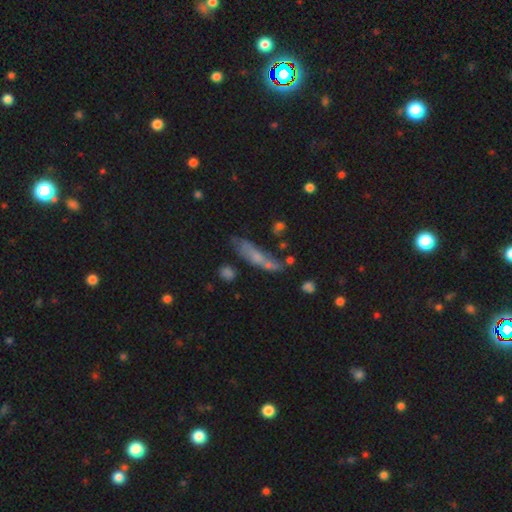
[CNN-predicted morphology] smooth_or_featured: smooth (p=0.55) [alt: featured or disk p=0.30]
how_rounded: cigar-shaped (p=0.69) [alt: in between p=0.26]
merging: none (p=0.51) [alt: minor disturbance p=0.23]